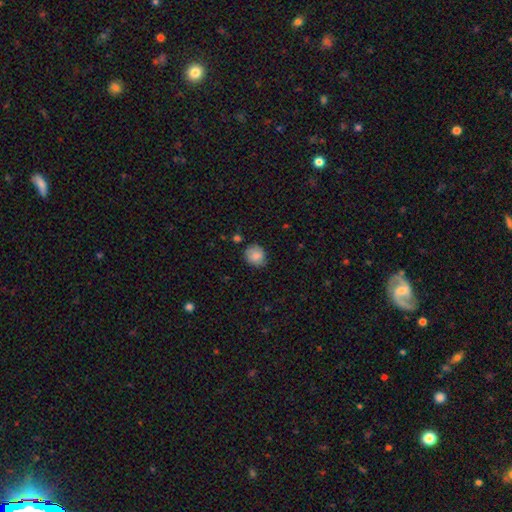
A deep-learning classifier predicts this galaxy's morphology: smooth 85%, star or artifact 8%, featured or disk 6%. Down the decision tree: how rounded — round (76%); merging — none (79%).